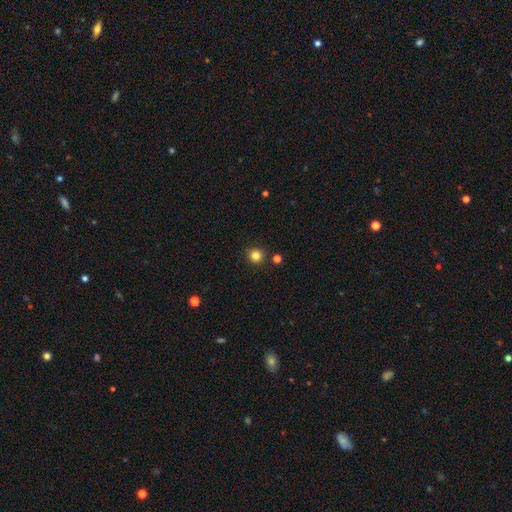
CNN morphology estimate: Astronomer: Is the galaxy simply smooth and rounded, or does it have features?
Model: smooth — 82%.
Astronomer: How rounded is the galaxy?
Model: round — 92%.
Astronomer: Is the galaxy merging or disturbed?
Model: none — 88%.